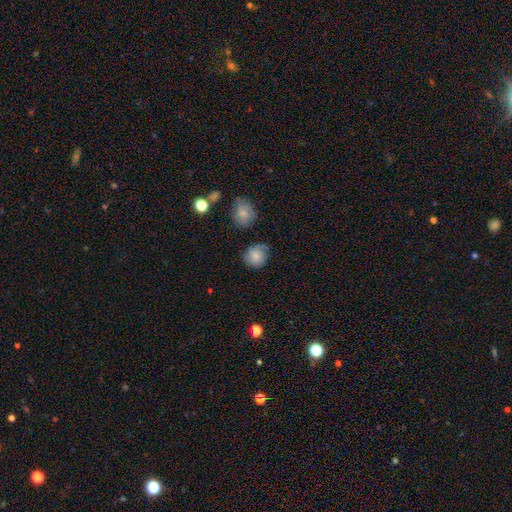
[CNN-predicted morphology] This is clearly a smooth galaxy (81%). How rounded: clearly round (82%). Merging: likely none (75%).